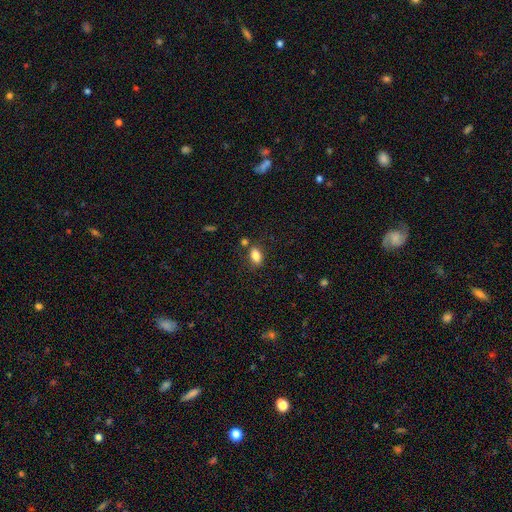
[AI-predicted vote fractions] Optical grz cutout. It shows a smooth galaxy with no disk features (83%) that is in between round and cigar-shaped (87%). Merging: none (75%).